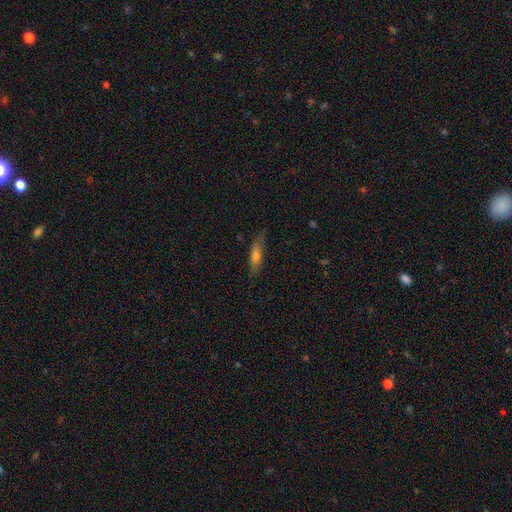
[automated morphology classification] This appears to be a smooth galaxy with no disk features (62%) that is cigar-shaped (72%). Merging: none (77%).